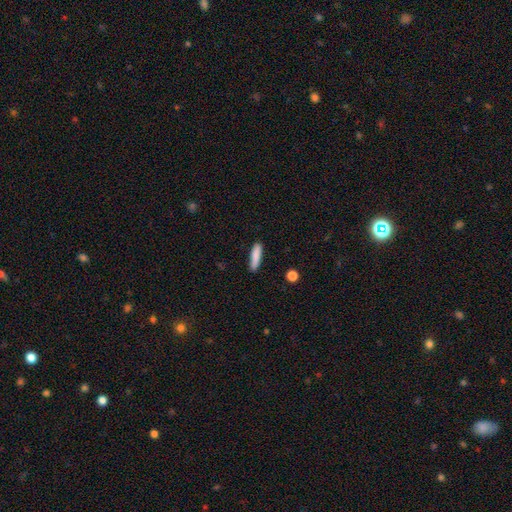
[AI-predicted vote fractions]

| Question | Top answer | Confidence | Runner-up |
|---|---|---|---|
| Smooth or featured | smooth | 86% | featured or disk (8%) |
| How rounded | cigar-shaped | 79% | in between (20%) |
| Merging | none | 86% | minor disturbance (10%) |